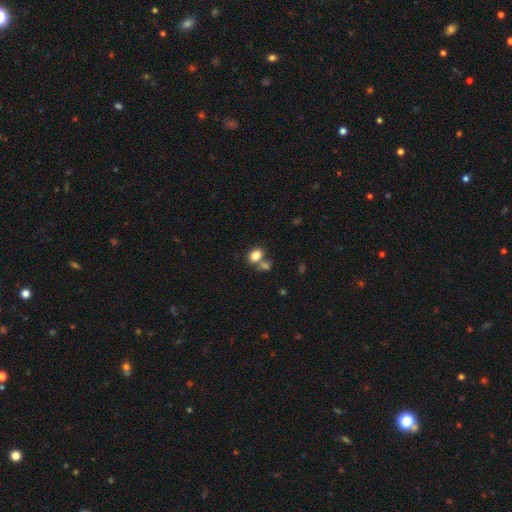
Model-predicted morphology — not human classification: Smooth or featured: smooth — 82% (star or artifact — 10%)
How rounded: in between — 73% (round — 25%)
Merging: none — 50% (merger — 34%)